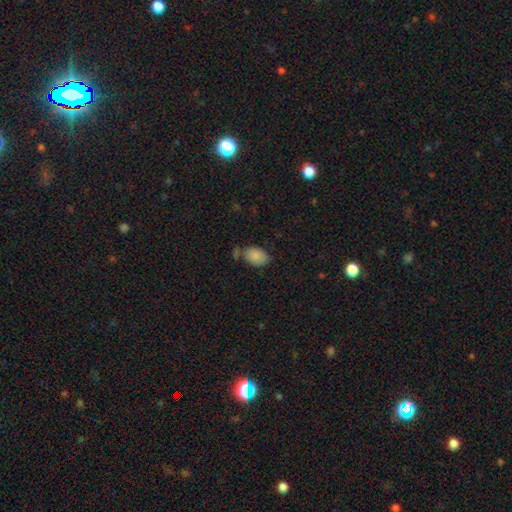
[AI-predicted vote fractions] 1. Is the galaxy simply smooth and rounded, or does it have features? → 87% smooth, 8% star or artifact, 5% featured or disk.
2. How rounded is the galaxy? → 84% in between, 14% round, 1% cigar-shaped.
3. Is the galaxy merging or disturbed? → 63% none, 20% minor disturbance, 11% merger, 6% major disturbance.